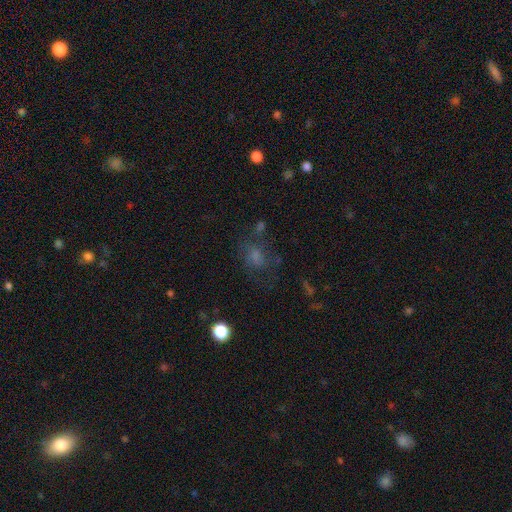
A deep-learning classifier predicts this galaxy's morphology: Q: Smooth or featured?
A: smooth (52%); runner-up: featured or disk (25%)
Q: How rounded?
A: round (51%); runner-up: in between (47%)
Q: Merging?
A: none (54%); runner-up: major disturbance (20%)